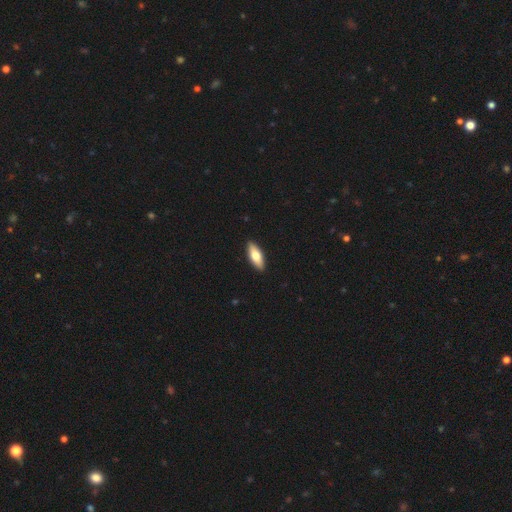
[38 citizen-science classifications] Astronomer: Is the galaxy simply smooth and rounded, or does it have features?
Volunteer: smooth — 71%.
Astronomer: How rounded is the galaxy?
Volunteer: in between — 48%, tied with cigar-shaped at 48%.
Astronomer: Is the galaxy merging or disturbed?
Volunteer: none — 89%.